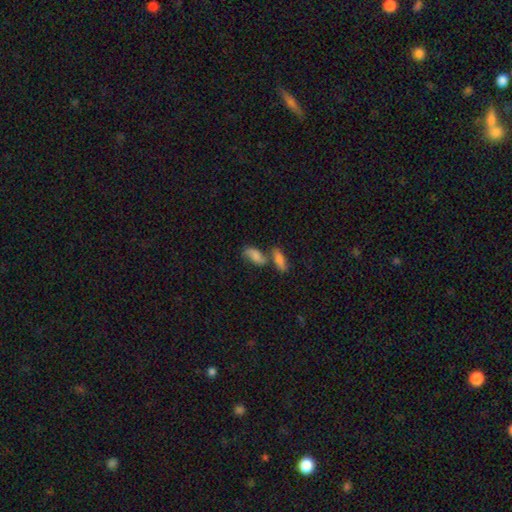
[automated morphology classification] Overall: smooth (65%). How rounded: in between (76%). Merging: merger (46%; none 35%).